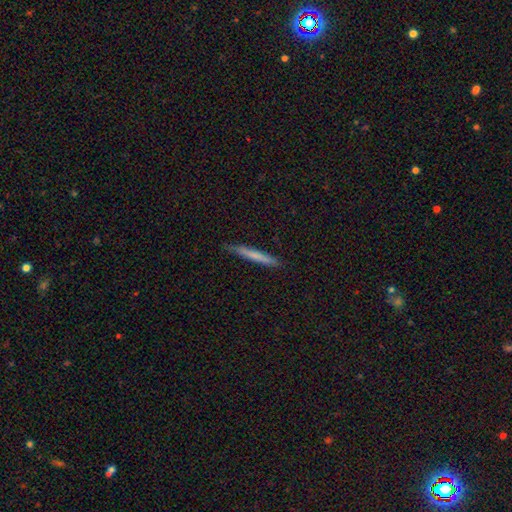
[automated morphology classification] smooth 67%, featured or disk 27%, star or artifact 6%. Down the decision tree: how rounded — cigar-shaped (96%); merging — none (85%).